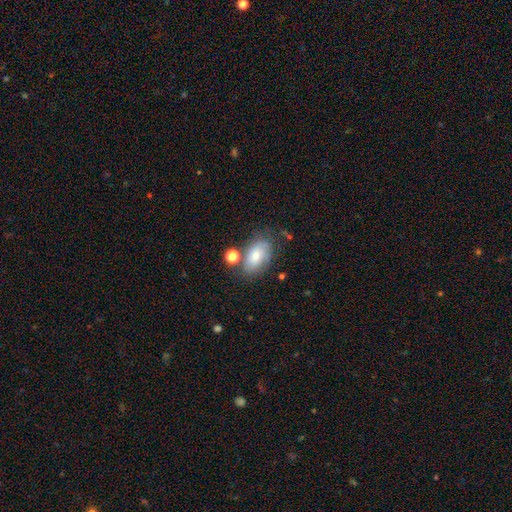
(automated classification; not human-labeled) Smooth or featured? Predicted: smooth (p=0.65). How rounded? Predicted: in between (p=0.88). Merging? Predicted: none (p=0.56).